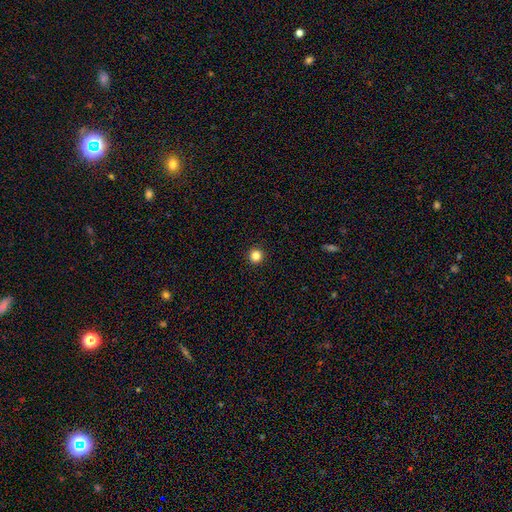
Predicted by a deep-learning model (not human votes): Morphology: type=smooth (84%); roundness=round (96%); merging=none (94%).